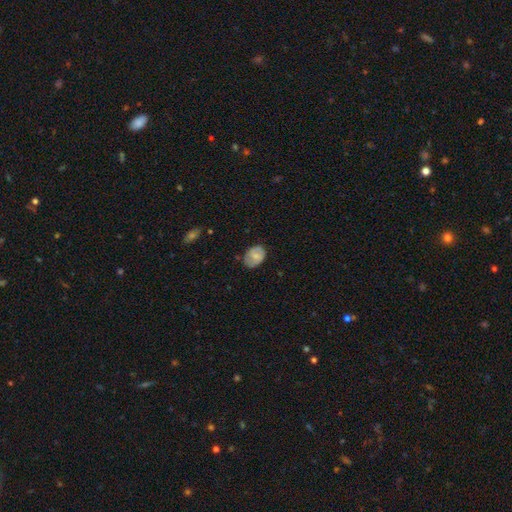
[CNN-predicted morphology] smooth 57%, featured or disk 35%, star or artifact 7%. Down the decision tree: how rounded — in between (65%); merging — none (63%).